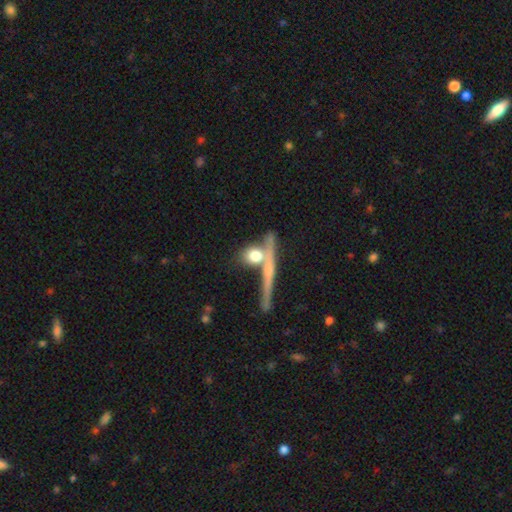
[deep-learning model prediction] Smooth or featured: smooth — 63% (featured or disk — 27%)
How rounded: round — 56% (in between — 22%)
Merging: none — 48% (merger — 30%)